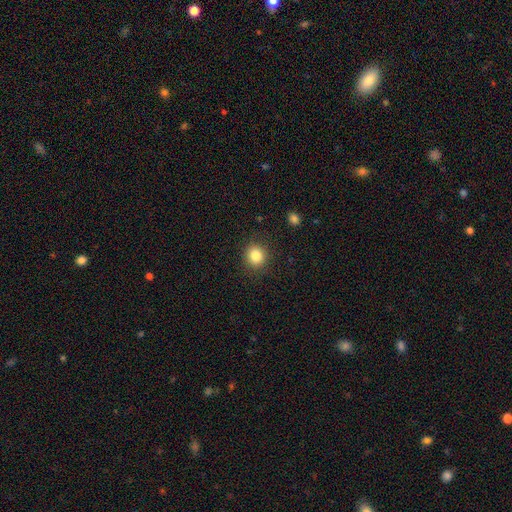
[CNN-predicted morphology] Q: Smooth or featured?
A: smooth (84%); runner-up: star or artifact (11%)
Q: How rounded?
A: round (86%); runner-up: in between (13%)
Q: Merging?
A: none (90%); runner-up: minor disturbance (7%)